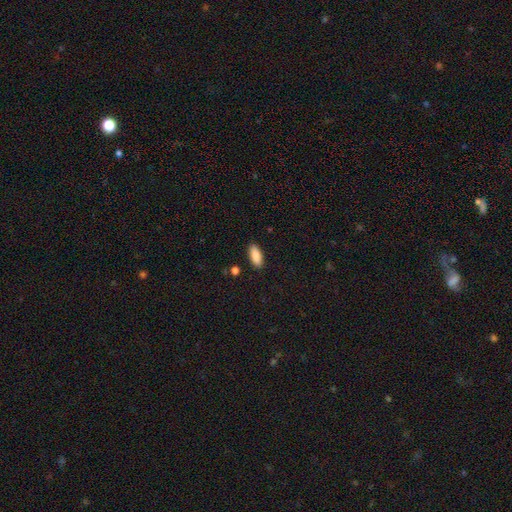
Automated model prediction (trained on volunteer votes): Smooth or featured? smooth (88%)
How rounded? in between (83%)
Merging? none (89%)